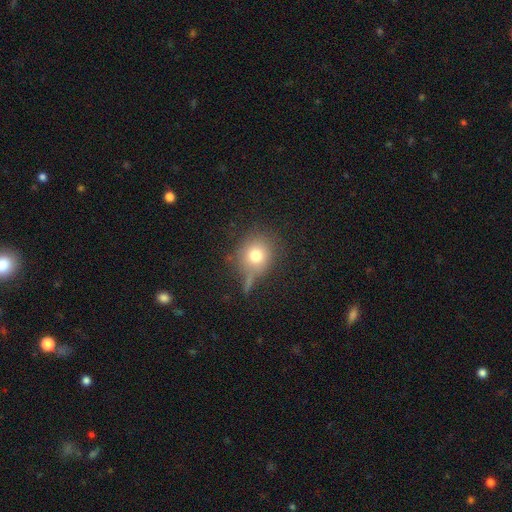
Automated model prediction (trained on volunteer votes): smooth 77%, featured or disk 12%, star or artifact 11%. Down the decision tree: how rounded — round (78%); merging — none (64%).